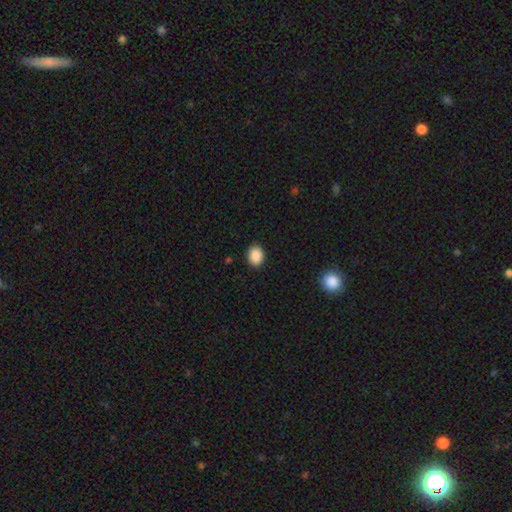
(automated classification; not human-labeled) This is clearly a smooth galaxy (89%). How rounded: possibly in between (56%). Merging: clearly none (90%).